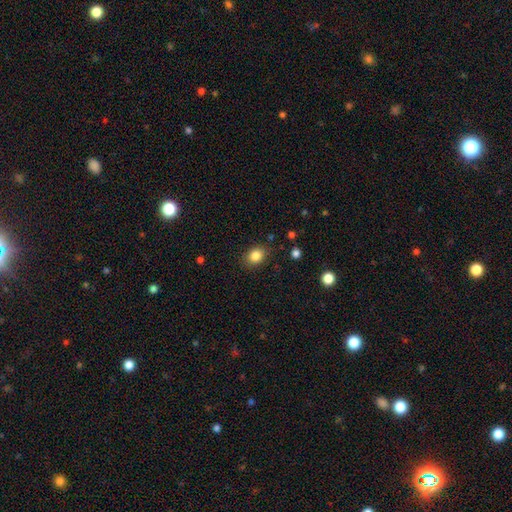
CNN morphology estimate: smooth 84%, star or artifact 10%, featured or disk 6%. Down the decision tree: how rounded — round (50%); merging — none (84%).